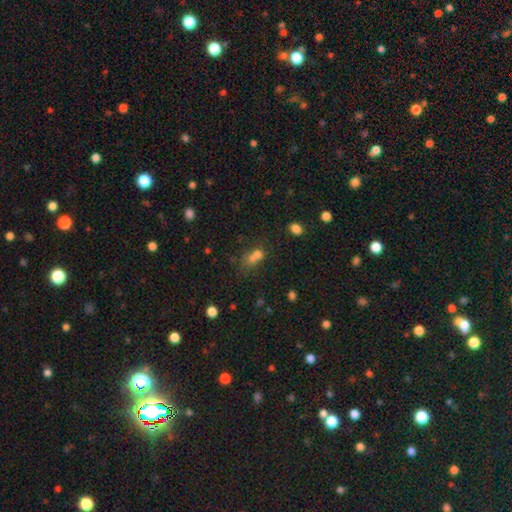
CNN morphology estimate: Smooth or featured: smooth — 62% (star or artifact — 24%)
How rounded: round — 52% (in between — 45%)
Merging: merger — 51% (none — 33%)